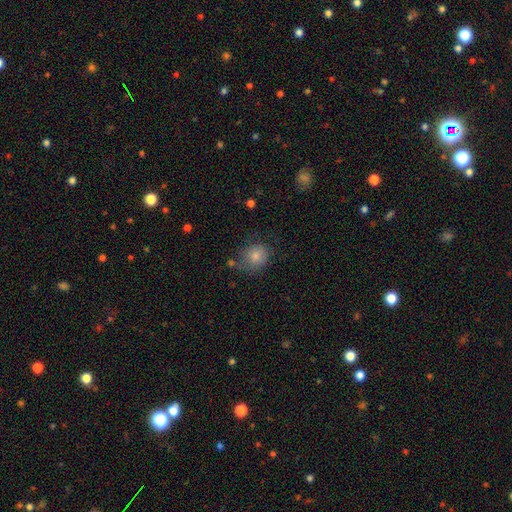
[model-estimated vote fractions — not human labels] Smooth or featured?
  - smooth: 73% *
  - star or artifact: 14%
  - featured or disk: 13%
How rounded?
  - round: 77% *
  - in between: 22%
  - cigar-shaped: 1%
Merging?
  - none: 67% *
  - minor disturbance: 21%
  - major disturbance: 8%
  - merger: 5%